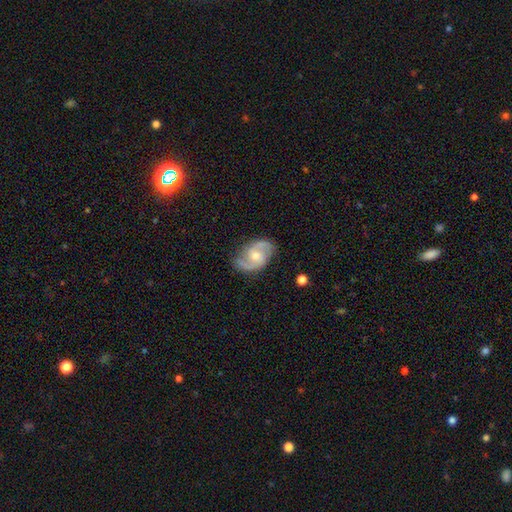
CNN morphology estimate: type=featured or disk (87%); edge-on=no (97%); bar=no (50%); spiral arms=yes (97%); winding=medium (58%); arm count=2 (92%); bulge=moderate (58%); merging=none (80%).